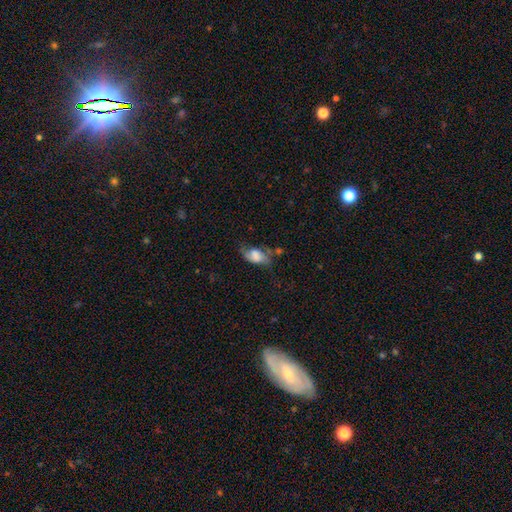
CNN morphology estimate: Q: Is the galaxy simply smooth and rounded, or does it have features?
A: smooth — 58%.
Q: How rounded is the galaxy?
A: in between — 89%.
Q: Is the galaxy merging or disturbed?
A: none — 40%.